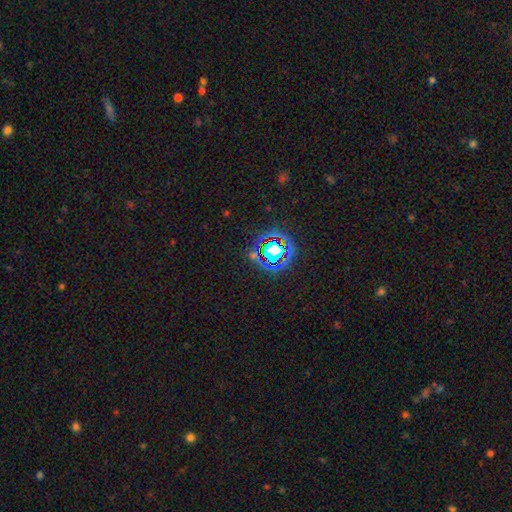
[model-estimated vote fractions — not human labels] A star or artifact, not a galaxy (74%).

Vote fractions:
- Smooth or featured? star or artifact: 74% / smooth: 16% / featured or disk: 10%